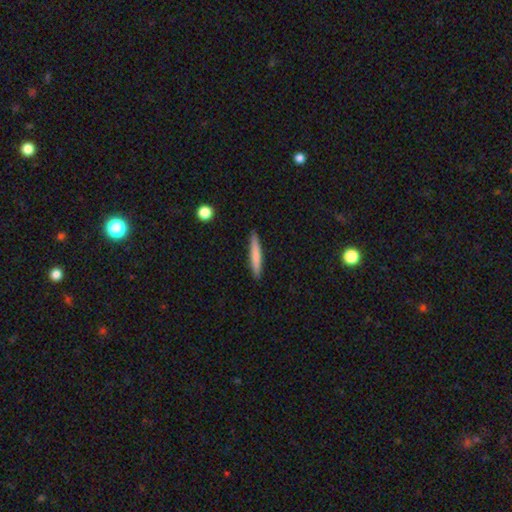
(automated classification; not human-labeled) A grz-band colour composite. It shows a smooth galaxy with no disk features (74%) that is cigar-shaped (94%). Merging: none (90%).